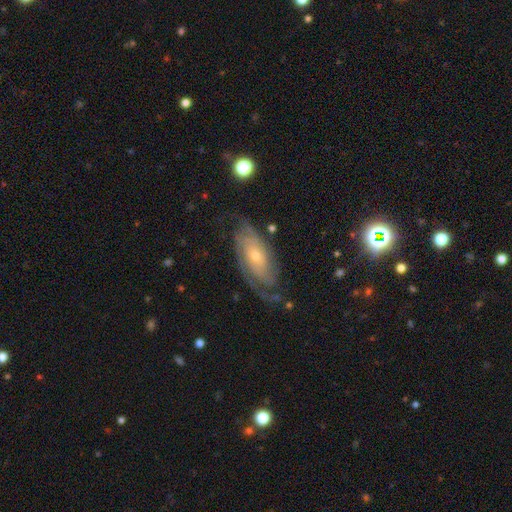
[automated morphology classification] A featured or disk galaxy (82%) with no bar (72%), 2 (42%) tight (61%) spiral arms (94%) and a small central bulge (67%). Merging: none (69%).